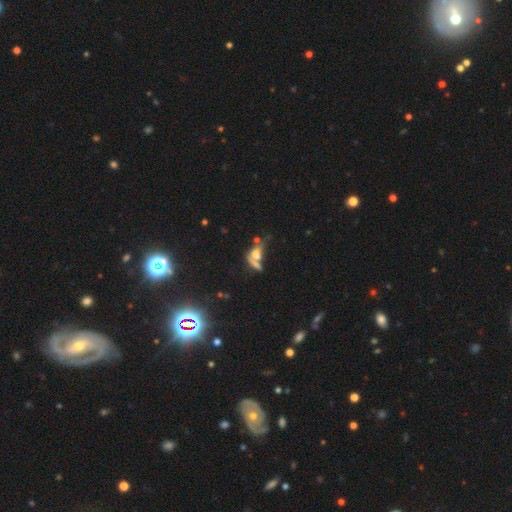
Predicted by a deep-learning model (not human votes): Morphology: type=smooth (48%); merging=merger (47%).